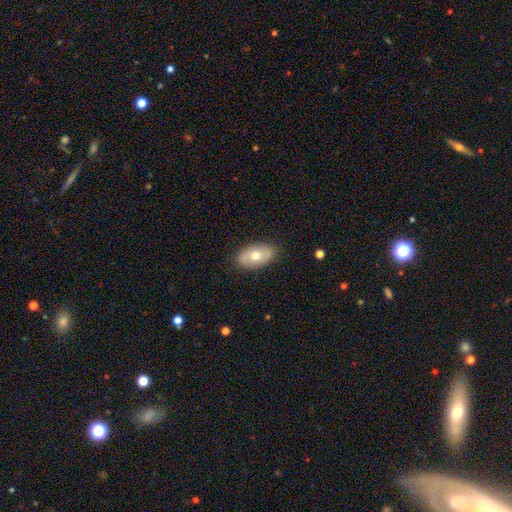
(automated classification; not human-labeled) Smooth or featured: smooth — 66% (featured or disk — 28%)
How rounded: in between — 92% (round — 6%)
Merging: none — 85% (minor disturbance — 12%)